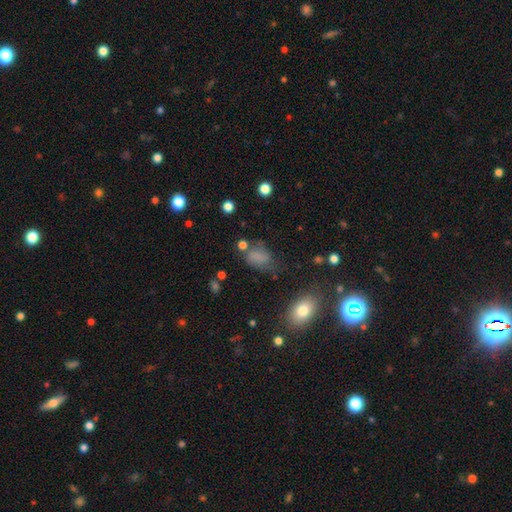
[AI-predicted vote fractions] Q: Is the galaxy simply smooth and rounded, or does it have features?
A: smooth — 69%.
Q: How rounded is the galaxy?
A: in between — 77%.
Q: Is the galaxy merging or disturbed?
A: none — 43%.